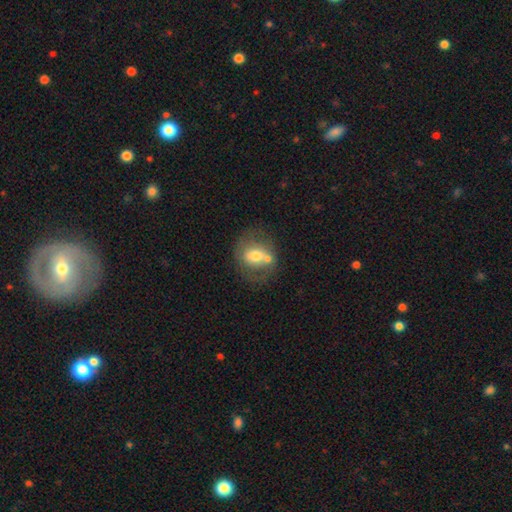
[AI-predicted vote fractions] Smooth or featured?
  - smooth: 55% *
  - featured or disk: 37%
  - star or artifact: 8%
How rounded?
  - round: 50% *
  - in between: 48%
  - cigar-shaped: 2%
Merging?
  - none: 48% *
  - merger: 24%
  - minor disturbance: 19%
  - major disturbance: 10%